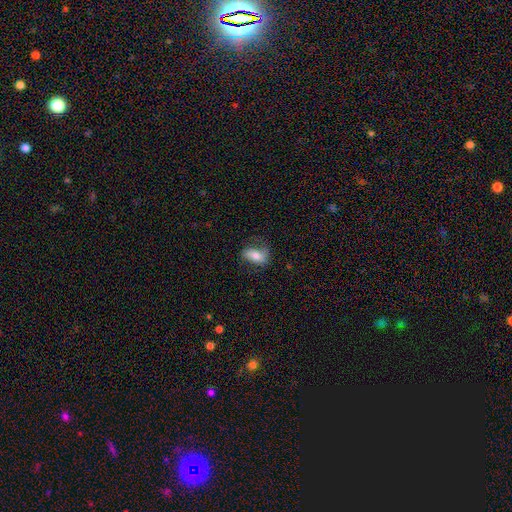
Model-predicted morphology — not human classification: A smooth galaxy with no disk features (58%) that is in between round and cigar-shaped (87%).

Vote fractions:
- Smooth or featured? smooth: 58% / featured or disk: 34% / star or artifact: 8%
- How rounded? in between: 87% / round: 8% / cigar-shaped: 5%
- Merging? none: 58% / minor disturbance: 26% / major disturbance: 14% / merger: 2%